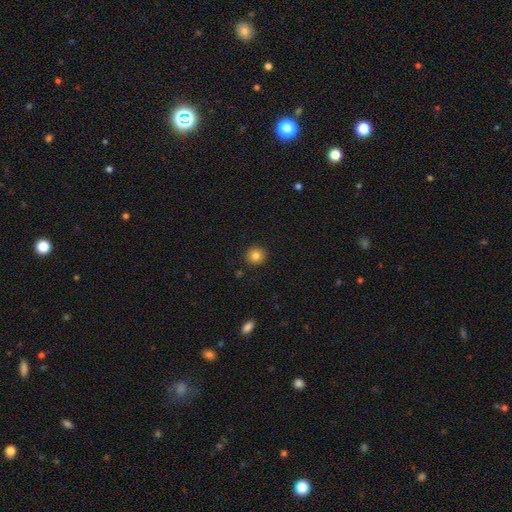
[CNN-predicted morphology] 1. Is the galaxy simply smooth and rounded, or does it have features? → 83% smooth, 10% star or artifact, 6% featured or disk.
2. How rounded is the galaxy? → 93% round, 6% in between, 1% cigar-shaped.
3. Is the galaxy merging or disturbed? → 92% none, 6% minor disturbance, 2% major disturbance, 1% merger.